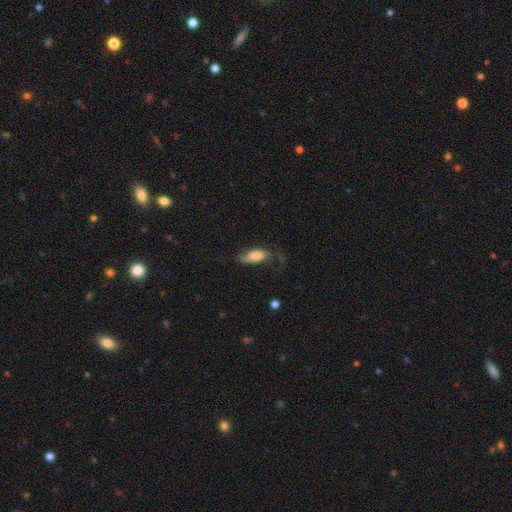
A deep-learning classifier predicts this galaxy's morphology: smooth-or-featured: smooth: 59% | featured or disk: 33% | star or artifact: 7%
  how-rounded: in between: 83% | cigar-shaped: 14% | round: 3%
  merging: none: 45% | minor disturbance: 26% | major disturbance: 26% | merger: 2%